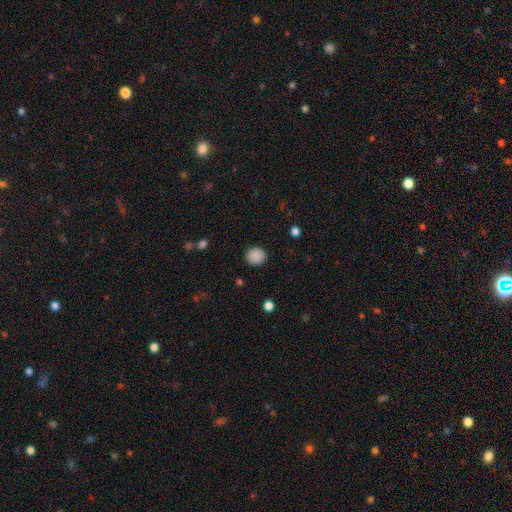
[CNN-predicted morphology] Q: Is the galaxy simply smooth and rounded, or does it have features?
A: smooth — 88%.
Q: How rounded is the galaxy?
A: round — 85%.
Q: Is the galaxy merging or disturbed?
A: none — 89%.